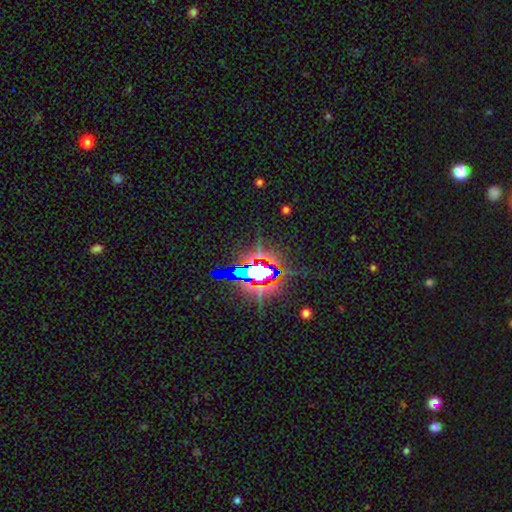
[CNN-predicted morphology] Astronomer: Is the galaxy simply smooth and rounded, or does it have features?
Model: star or artifact — 82%.